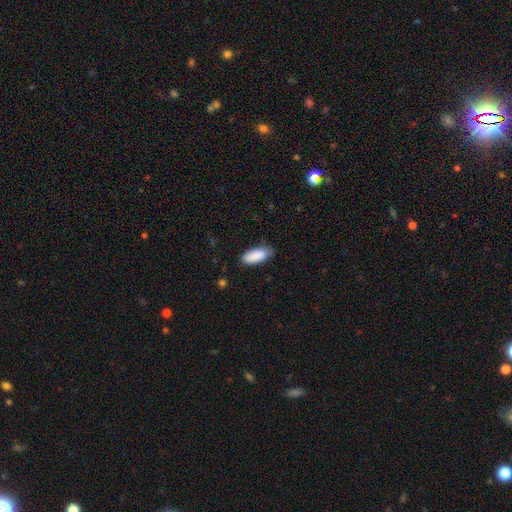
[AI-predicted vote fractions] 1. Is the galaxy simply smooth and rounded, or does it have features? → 89% smooth, 6% star or artifact, 5% featured or disk.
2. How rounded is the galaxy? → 84% in between, 15% cigar-shaped, 2% round.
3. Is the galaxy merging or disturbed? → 76% none, 20% minor disturbance, 3% major disturbance, 1% merger.